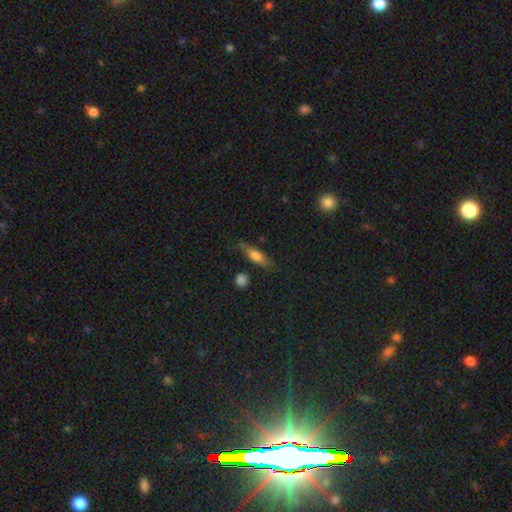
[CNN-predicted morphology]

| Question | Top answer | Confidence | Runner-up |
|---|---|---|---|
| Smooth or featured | smooth | 67% | featured or disk (24%) |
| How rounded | in between | 53% | cigar-shaped (43%) |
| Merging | none | 68% | minor disturbance (22%) |